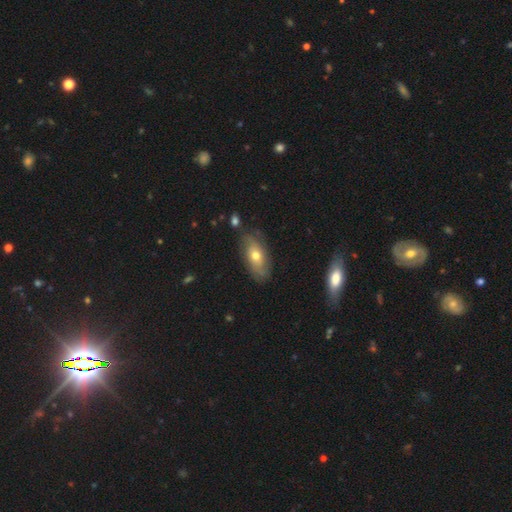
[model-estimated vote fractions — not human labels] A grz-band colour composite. It shows a smooth galaxy with no disk features (47%). Merging: none (75%).